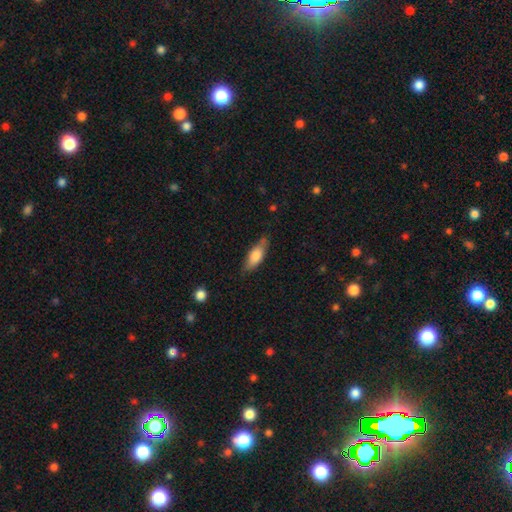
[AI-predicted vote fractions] The model was most divided on "how rounded": in between: 69%, cigar-shaped: 29%, round: 2%. More confident: smooth or featured — smooth (75%); merging — none (71%).